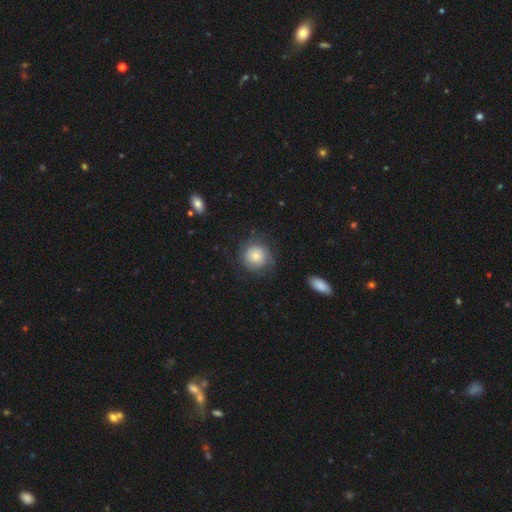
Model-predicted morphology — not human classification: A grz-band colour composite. It shows a smooth galaxy with no disk features (65%) that is round (91%). Merging: none (71%).